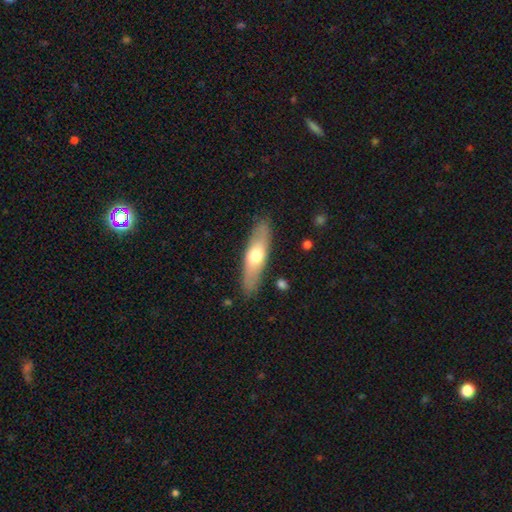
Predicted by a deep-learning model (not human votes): Smooth or featured? Predicted: smooth (p=0.58). How rounded? Predicted: cigar-shaped (p=0.60). Merging? Predicted: none (p=0.86).